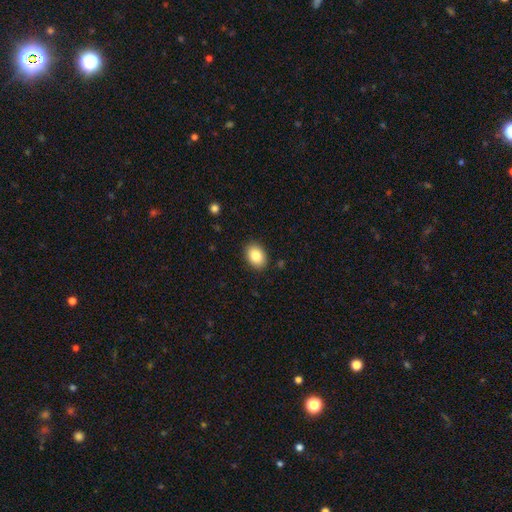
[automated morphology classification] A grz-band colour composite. It shows a smooth galaxy with no disk features (86%) that is in between round and cigar-shaped (79%). Merging: none (88%).